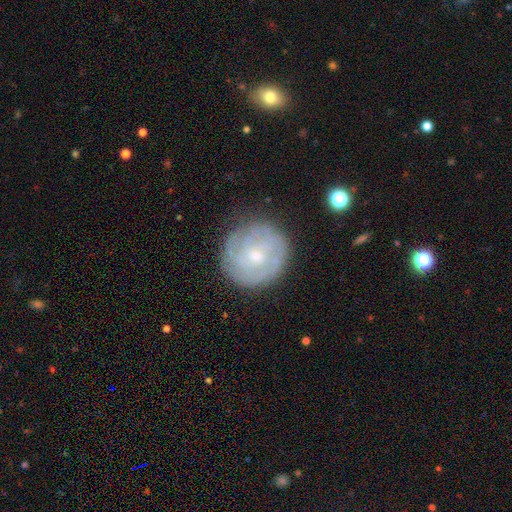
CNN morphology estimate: Smooth or featured? Predicted: featured or disk (p=0.64). Edge-on disk? Predicted: no (p=0.97). Bar? Predicted: no (p=0.72). Spiral arms? Predicted: yes (p=0.74). Bulge size? Predicted: small (p=0.58). Merging? Predicted: none (p=0.81).